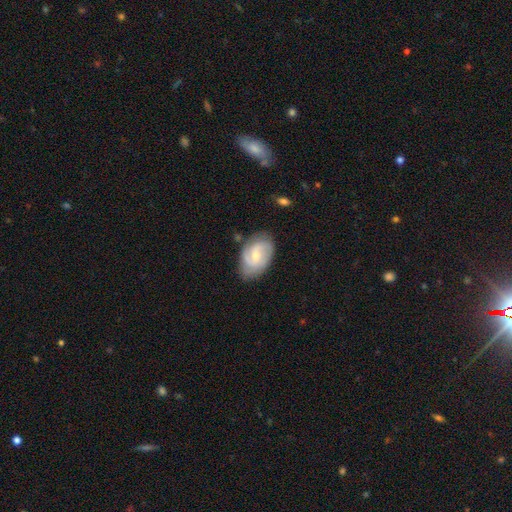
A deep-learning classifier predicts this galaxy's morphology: smooth_or_featured: featured or disk (p=0.75) [alt: smooth p=0.20]
disk_edge_on: no (p=0.97) [alt: yes p=0.03]
bar: no (p=0.52) [alt: weak p=0.42]
has_spiral_arms: yes (p=0.94) [alt: no p=0.06]
spiral_winding: tight (p=0.43) [tied with: medium p=0.43]
spiral_arm_count: 2 (p=0.46) [alt: 3 p=0.24]
bulge_size: small (p=0.53) [alt: moderate p=0.43]
merging: none (p=0.74) [alt: minor disturbance p=0.19]